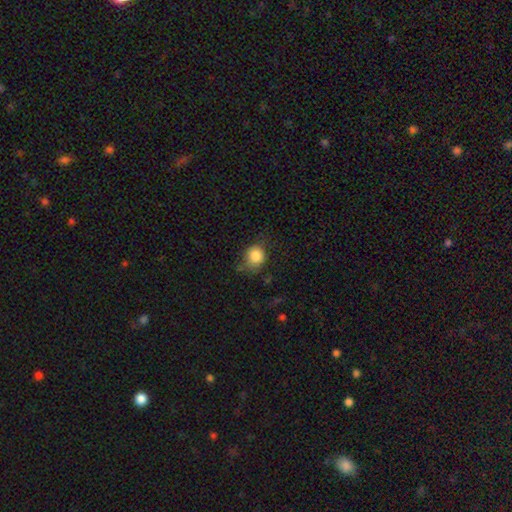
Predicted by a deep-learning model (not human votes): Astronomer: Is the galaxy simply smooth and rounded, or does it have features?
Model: smooth — 84%.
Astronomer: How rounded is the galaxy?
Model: round — 72%.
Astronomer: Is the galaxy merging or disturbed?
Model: none — 61%.